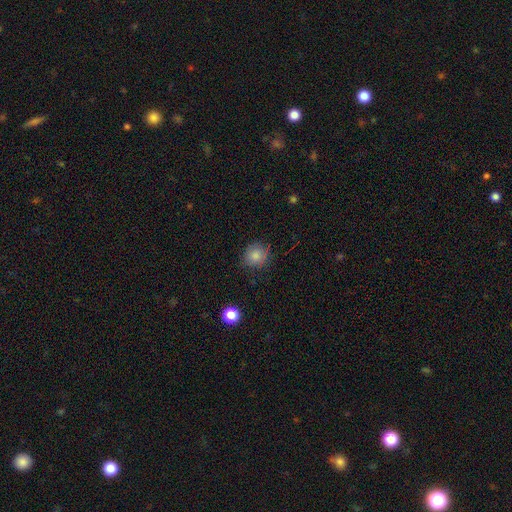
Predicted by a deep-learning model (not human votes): Q: Smooth or featured?
A: smooth (83%); runner-up: star or artifact (11%)
Q: How rounded?
A: round (88%); runner-up: in between (11%)
Q: Merging?
A: none (81%); runner-up: minor disturbance (14%)